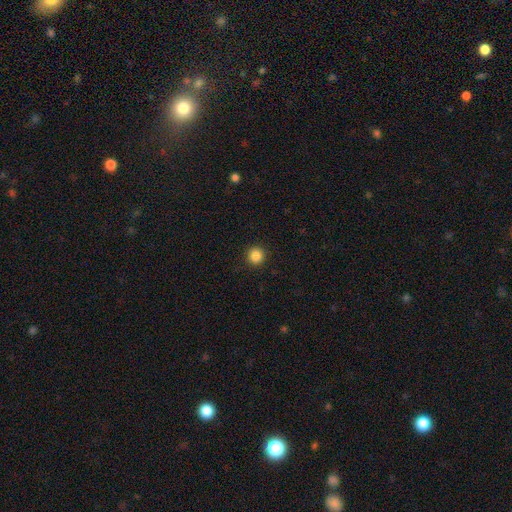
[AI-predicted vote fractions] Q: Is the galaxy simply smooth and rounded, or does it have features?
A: smooth — 85%.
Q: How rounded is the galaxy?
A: round — 95%.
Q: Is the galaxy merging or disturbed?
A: none — 93%.